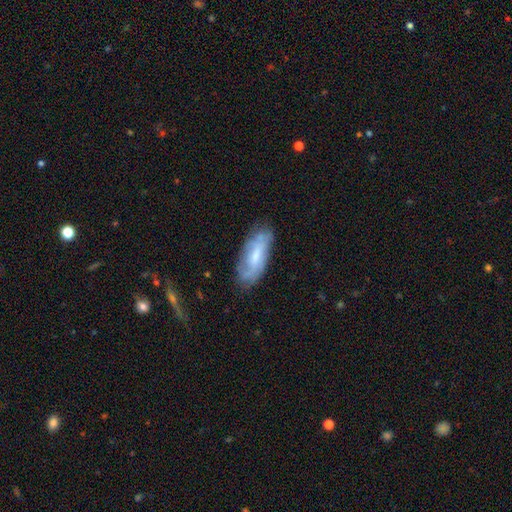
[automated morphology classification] Smooth or featured?
  - featured or disk: 52% *
  - smooth: 40%
  - star or artifact: 7%
Edge-on disk?
  - no: 83% *
  - yes: 17%
Merging?
  - none: 71% *
  - minor disturbance: 22%
  - major disturbance: 6%
  - merger: 2%